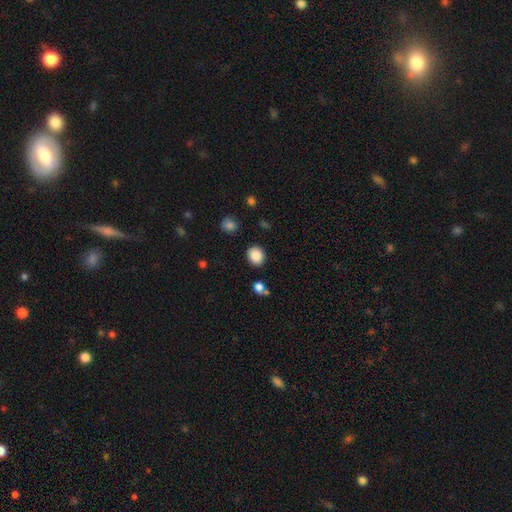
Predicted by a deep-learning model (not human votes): Smooth or featured? smooth (86%)
How rounded? round (69%)
Merging? none (88%)